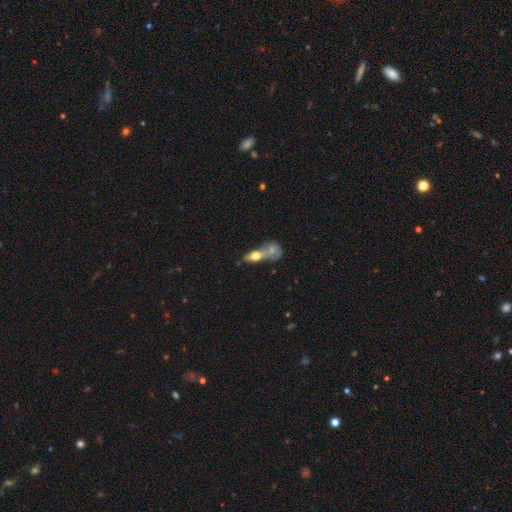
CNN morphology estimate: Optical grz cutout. It shows a smooth galaxy with no disk features (62%) that is in between round and cigar-shaped (65%). Merging: merger (61%).